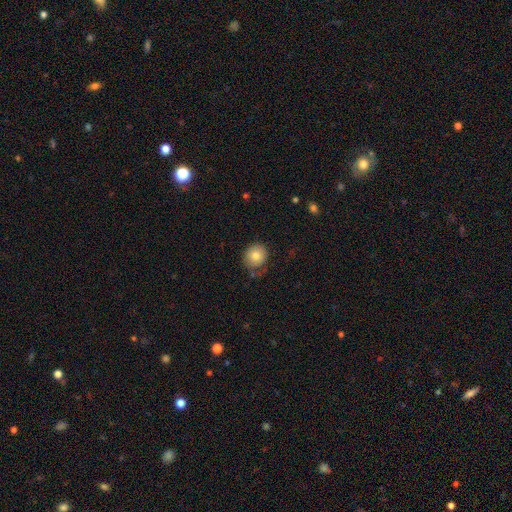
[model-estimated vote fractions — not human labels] A smooth galaxy with no disk features (78%) that is round (86%).

Vote fractions:
- Smooth or featured? smooth: 78% / featured or disk: 13% / star or artifact: 9%
- How rounded? round: 86% / in between: 13% / cigar-shaped: 1%
- Merging? none: 72% / minor disturbance: 19% / major disturbance: 6% / merger: 3%